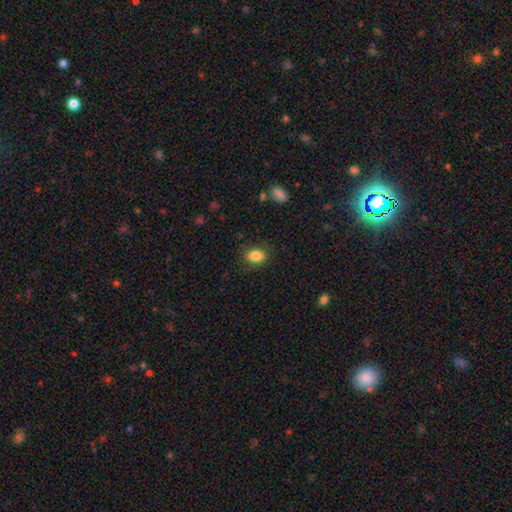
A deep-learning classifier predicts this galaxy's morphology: Smooth or featured? Predicted: smooth (p=0.84). How rounded? Predicted: in between (p=0.75). Merging? Predicted: none (p=0.82).